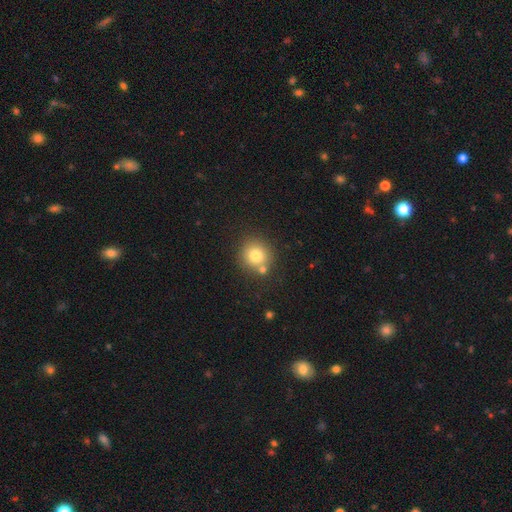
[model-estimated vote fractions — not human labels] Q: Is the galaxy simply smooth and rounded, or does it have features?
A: smooth — 77%.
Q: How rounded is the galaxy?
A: round — 90%.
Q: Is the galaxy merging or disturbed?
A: none — 73%.